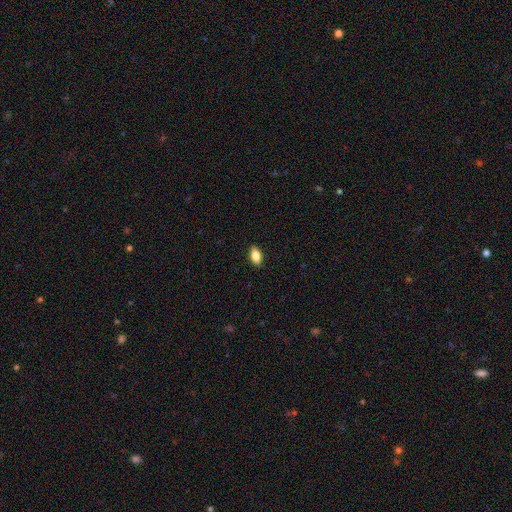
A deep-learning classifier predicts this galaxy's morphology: Smooth or featured: smooth — 81% (featured or disk — 11%)
How rounded: in between — 89% (cigar-shaped — 6%)
Merging: none — 89% (minor disturbance — 9%)